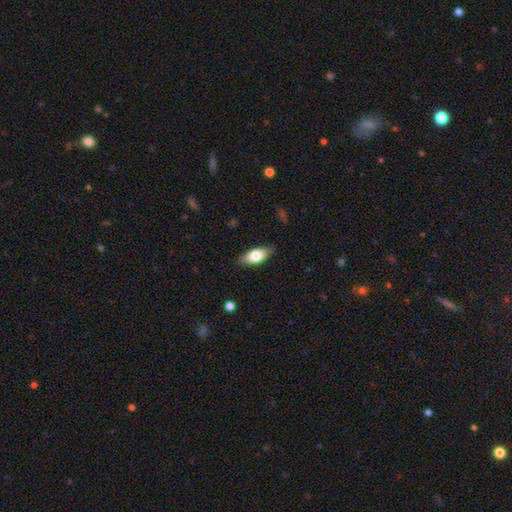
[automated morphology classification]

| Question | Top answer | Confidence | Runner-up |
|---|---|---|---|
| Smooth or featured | smooth | 76% | featured or disk (17%) |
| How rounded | in between | 88% | cigar-shaped (9%) |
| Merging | none | 84% | minor disturbance (12%) |